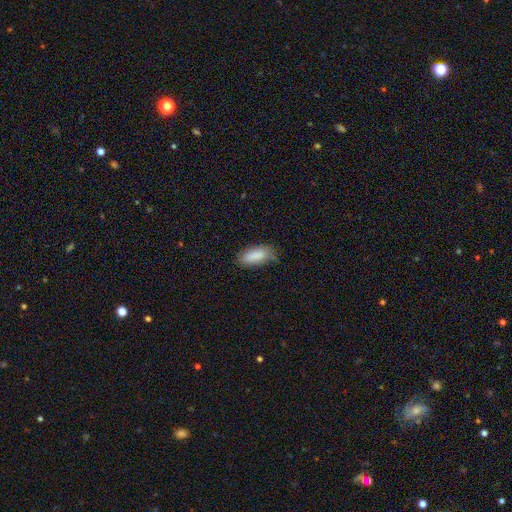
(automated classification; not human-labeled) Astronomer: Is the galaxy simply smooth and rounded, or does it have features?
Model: smooth — 86%.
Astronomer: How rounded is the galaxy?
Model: in between — 80%.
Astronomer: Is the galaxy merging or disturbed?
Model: none — 63%.